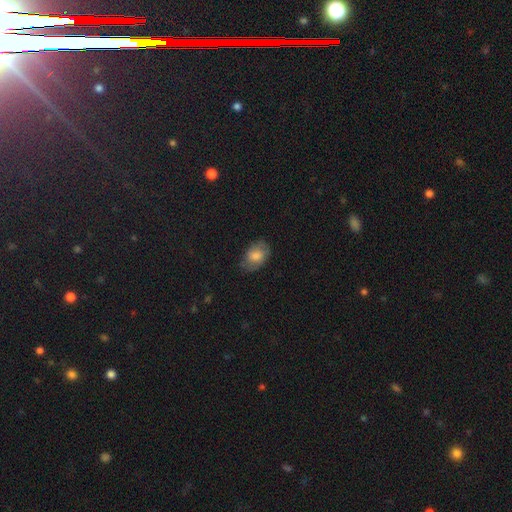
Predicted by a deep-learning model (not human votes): smooth 75%, featured or disk 17%, star or artifact 8%. Down the decision tree: how rounded — in between (85%); merging — none (66%).